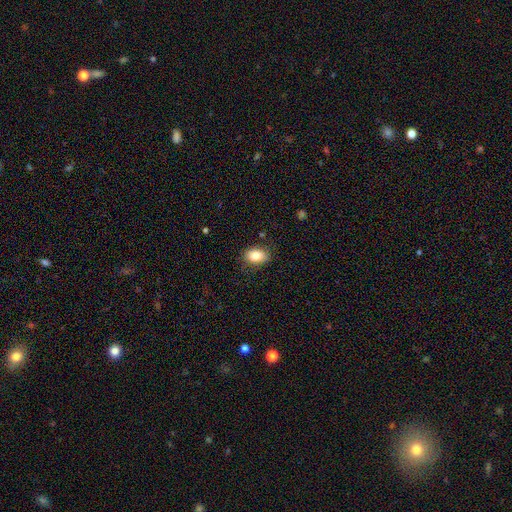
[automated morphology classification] Overall: smooth (85%). How rounded: in between (85%). Merging: none (79%).